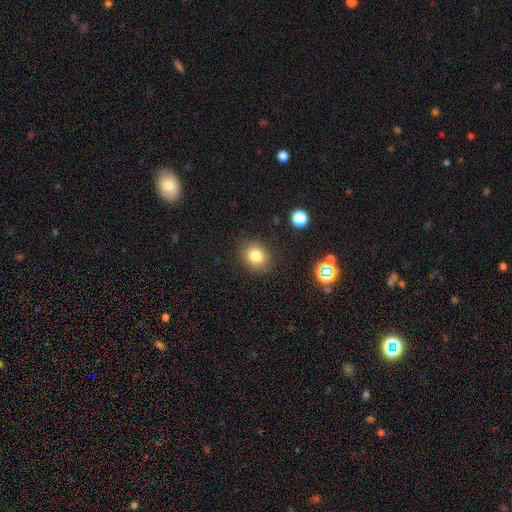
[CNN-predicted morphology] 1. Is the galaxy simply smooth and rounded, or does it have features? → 81% smooth, 12% star or artifact, 7% featured or disk.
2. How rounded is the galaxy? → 71% round, 28% in between, 1% cigar-shaped.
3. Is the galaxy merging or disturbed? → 86% none, 10% minor disturbance, 3% major disturbance, 2% merger.